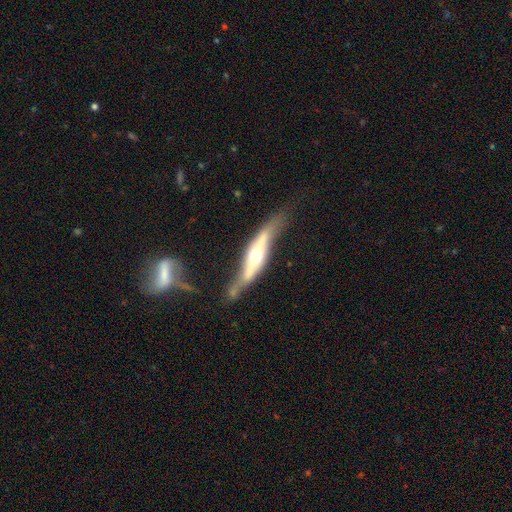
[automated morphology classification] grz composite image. It shows a featured or disk galaxy (76%) viewed edge-on (76%) with a rounded central bulge (85%). Merging: none (50%).